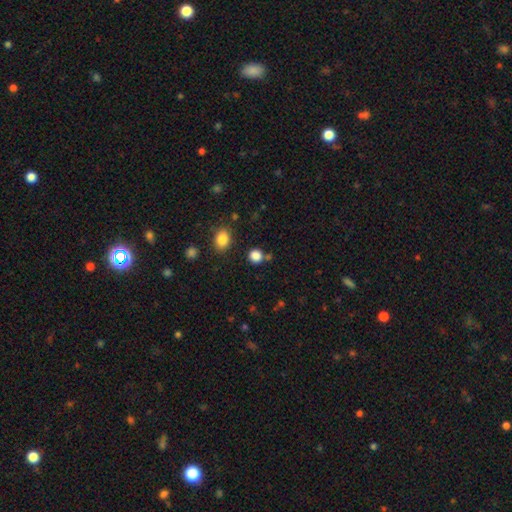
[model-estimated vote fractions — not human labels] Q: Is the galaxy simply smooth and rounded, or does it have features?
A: smooth — 84%.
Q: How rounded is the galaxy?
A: round — 85%.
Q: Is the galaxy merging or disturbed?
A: none — 77%.